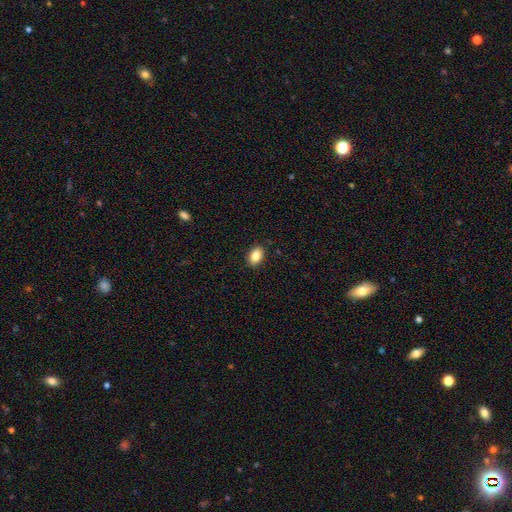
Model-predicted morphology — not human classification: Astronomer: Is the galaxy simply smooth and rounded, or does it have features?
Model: smooth — 87%.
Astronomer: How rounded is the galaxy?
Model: in between — 86%.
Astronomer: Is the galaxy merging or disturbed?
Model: none — 88%.